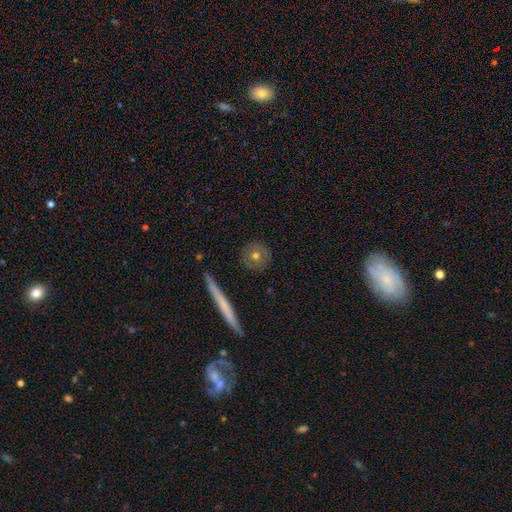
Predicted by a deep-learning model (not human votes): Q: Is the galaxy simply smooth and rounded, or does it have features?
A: smooth — 64%.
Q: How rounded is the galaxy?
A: round — 92%.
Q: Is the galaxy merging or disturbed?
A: none — 89%.